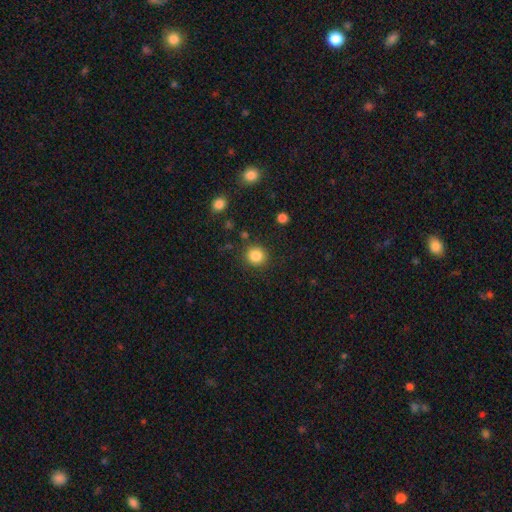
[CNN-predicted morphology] smooth_or_featured: smooth (p=0.85) [alt: star or artifact p=0.10]
how_rounded: round (p=0.88) [alt: in between p=0.11]
merging: none (p=0.87) [alt: minor disturbance p=0.07]